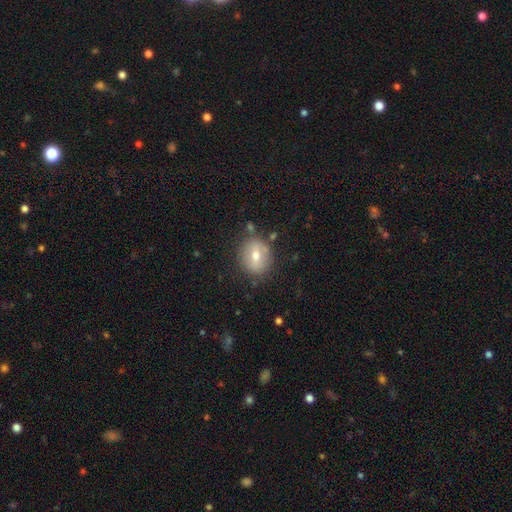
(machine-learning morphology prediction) Smooth or featured?
  - smooth: 60% *
  - featured or disk: 31%
  - star or artifact: 9%
How rounded?
  - round: 71% *
  - in between: 28%
  - cigar-shaped: 1%
Merging?
  - none: 80% *
  - minor disturbance: 13%
  - major disturbance: 4%
  - merger: 3%